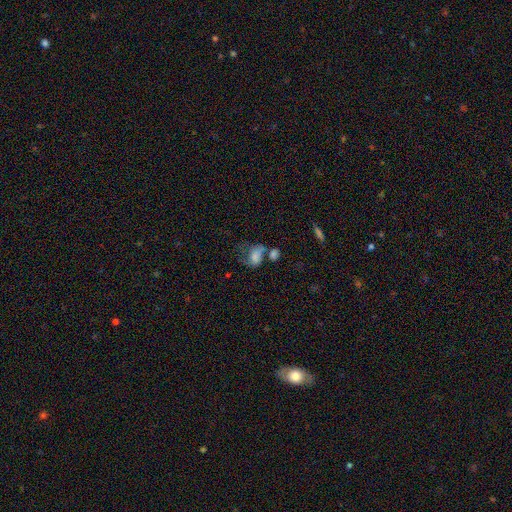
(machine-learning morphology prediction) A smooth galaxy with no disk features (65%) that is in between round and cigar-shaped (72%). Merging: merger (35%).